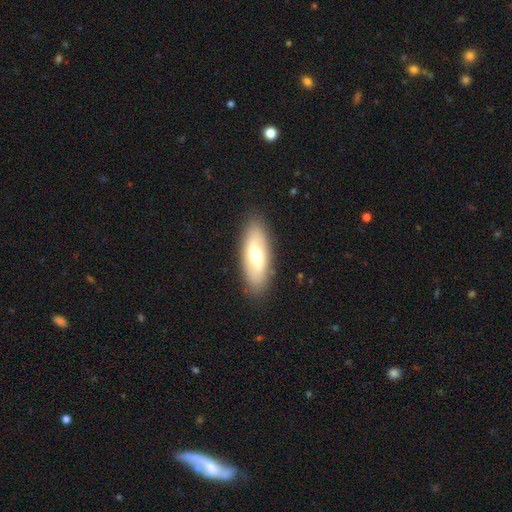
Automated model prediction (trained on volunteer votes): The model was most divided on "smooth or featured": smooth: 52%, featured or disk: 43%, star or artifact: 6%. More confident: merging — none (87%); how rounded — in between (76%).